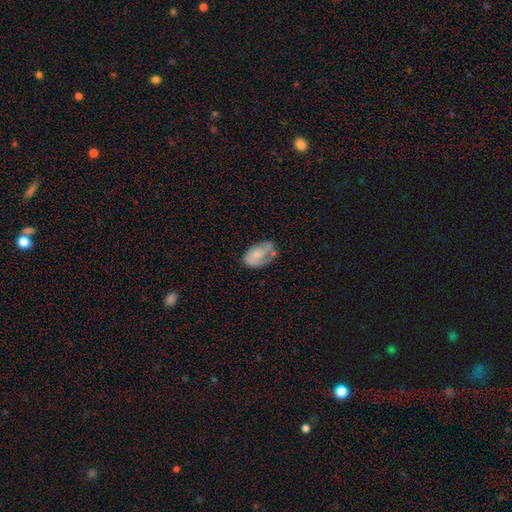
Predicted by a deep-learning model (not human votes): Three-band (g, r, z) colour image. It shows a smooth galaxy with no disk features (59%) that is in between round and cigar-shaped (89%). Merging: none (43%).